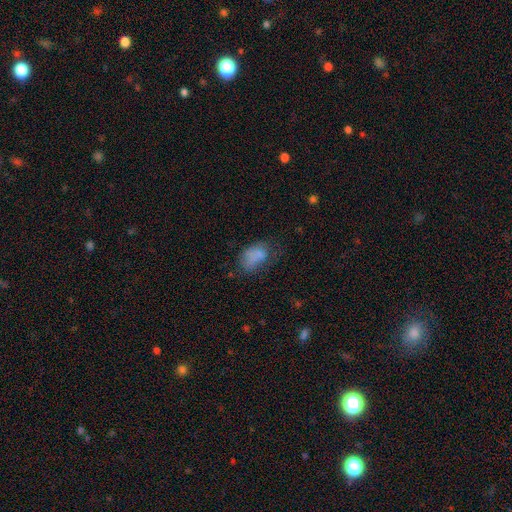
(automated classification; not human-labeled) Smooth or featured? Predicted: smooth (p=0.74). How rounded? Predicted: in between (p=0.86). Merging? Predicted: none (p=0.41).